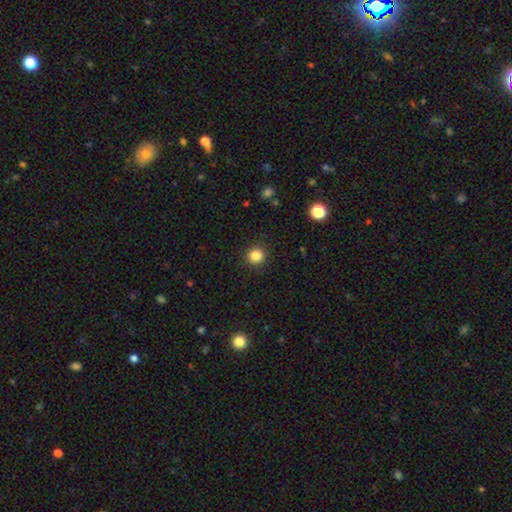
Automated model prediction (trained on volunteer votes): smooth-or-featured: smooth: 84% | star or artifact: 12% | featured or disk: 4%
  how-rounded: round: 89% | in between: 10% | cigar-shaped: 1%
  merging: none: 91% | minor disturbance: 6% | major disturbance: 2% | merger: 1%